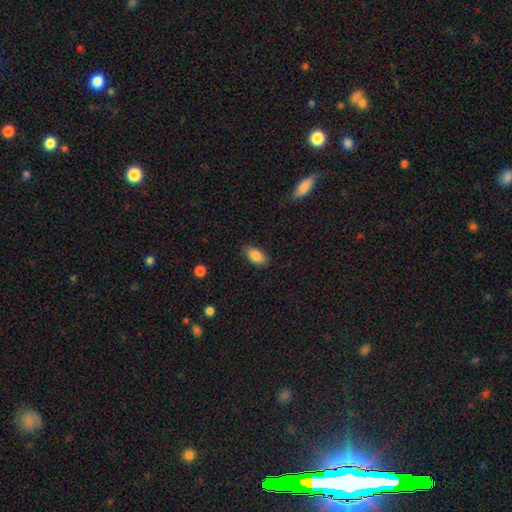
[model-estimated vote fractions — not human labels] A smooth galaxy with no disk features (87%) that is in between round and cigar-shaped (92%).

Vote fractions:
- Smooth or featured? smooth: 87% / star or artifact: 7% / featured or disk: 6%
- How rounded? in between: 92% / cigar-shaped: 5% / round: 3%
- Merging? none: 85% / minor disturbance: 11% / major disturbance: 3% / merger: 1%